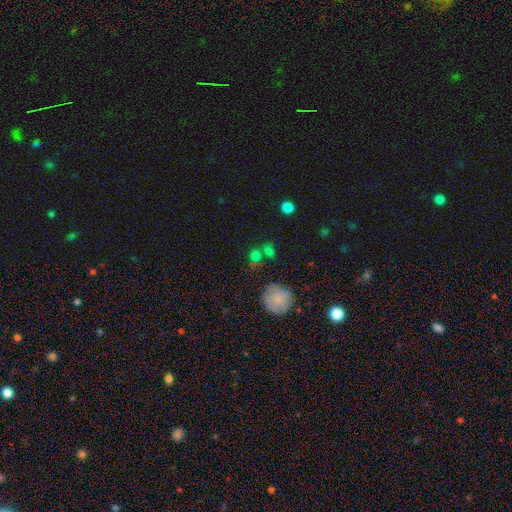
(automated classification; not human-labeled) Smooth or featured? smooth (73%)
How rounded? round (67%)
Merging? none (54%)